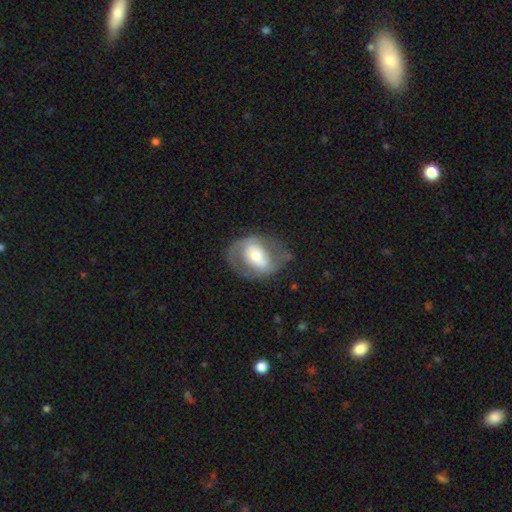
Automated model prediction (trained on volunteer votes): Morphology: type=featured or disk (59%); edge-on=no (95%); bar=strong (36%); spiral arms=yes (56%); bulge=moderate (54%); merging=none (59%).